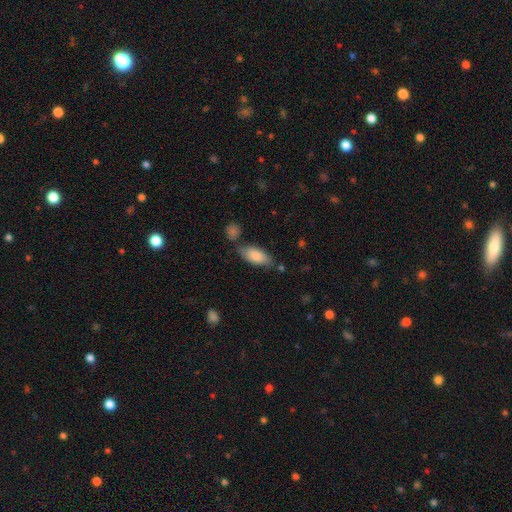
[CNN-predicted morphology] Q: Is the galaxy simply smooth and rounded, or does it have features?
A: smooth — 83%.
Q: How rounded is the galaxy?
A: in between — 86%.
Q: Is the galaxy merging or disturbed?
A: none — 66%.